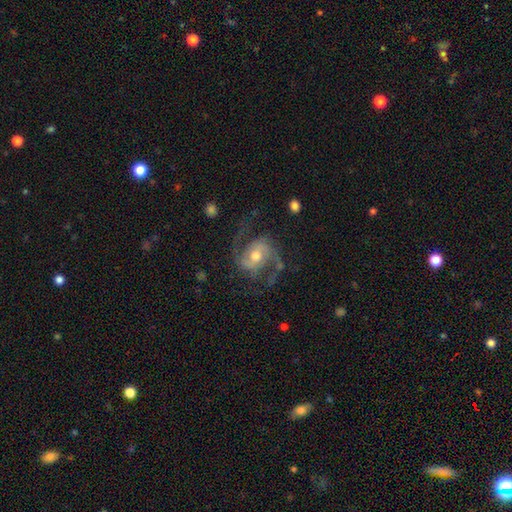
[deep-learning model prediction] Smooth or featured: featured or disk — 89% (smooth — 6%)
Edge-on disk: no — 98% (yes — 2%)
Bar: no — 50% (weak — 37%)
Spiral arms: yes — 97% (no — 3%)
Spiral winding: medium — 55% (loose — 30%)
Spiral arm count: 2 — 87% (3 — 5%)
Bulge size: moderate — 70% (small — 21%)
Merging: none — 70% (minor disturbance — 16%)